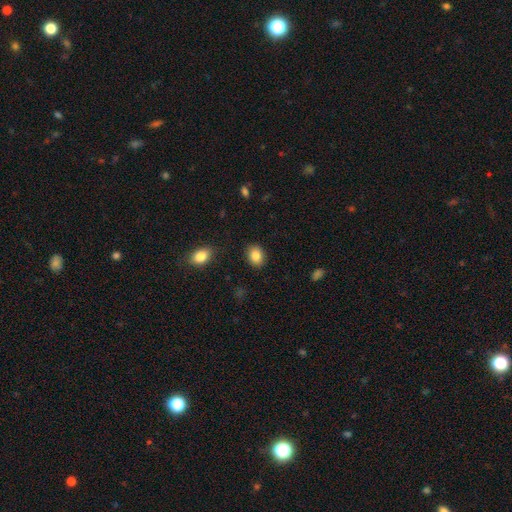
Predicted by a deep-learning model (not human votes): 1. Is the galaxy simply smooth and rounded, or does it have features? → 85% smooth, 9% star or artifact, 6% featured or disk.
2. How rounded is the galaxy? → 58% in between, 41% round, 1% cigar-shaped.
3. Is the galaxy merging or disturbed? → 88% none, 8% minor disturbance, 2% major disturbance, 2% merger.